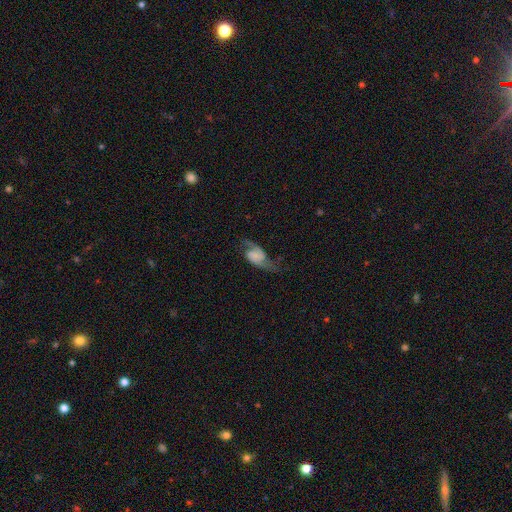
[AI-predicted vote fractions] A featured or disk galaxy (77%) with no bar (57%), 2 (90%) loose (58%) spiral arms (94%) and no central bulge (49%).

Vote fractions:
- Smooth or featured? featured or disk: 77% / smooth: 15% / star or artifact: 7%
- Edge-on disk? no: 96% / yes: 4%
- Bar? no: 57% / weak: 33% / strong: 10%
- Spiral arms? yes: 94% / no: 6%
- Spiral winding? loose: 58% / medium: 33% / tight: 9%
- Spiral arm count? 2: 90% / 1: 4% / can't tell: 3% / 3: 1% / 4: 1% / more than 4: 1%
- Bulge size? none: 49% / small: 26% / moderate: 12% / large: 9% / dominant: 4%
- Merging? none: 59% / minor disturbance: 21% / major disturbance: 18% / merger: 2%